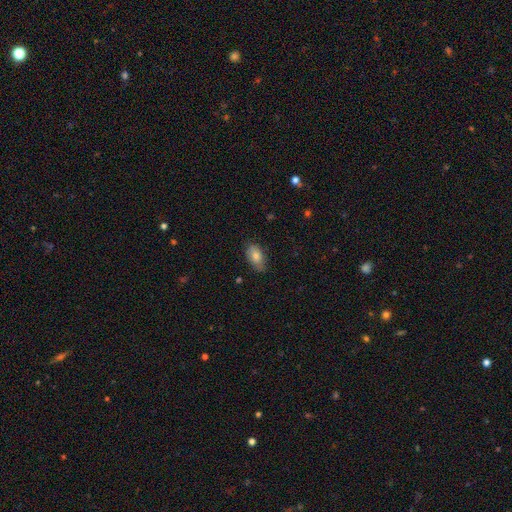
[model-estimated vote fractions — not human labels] A smooth galaxy with no disk features (79%) that is in between round and cigar-shaped (92%). Merging: none (74%).